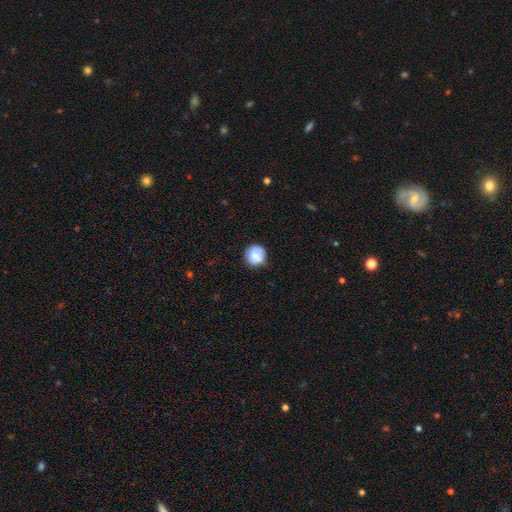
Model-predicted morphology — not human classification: smooth-or-featured: smooth: 73% | featured or disk: 19% | star or artifact: 8%
  how-rounded: round: 90% | in between: 9% | cigar-shaped: 1%
  merging: none: 74% | minor disturbance: 19% | major disturbance: 5% | merger: 2%